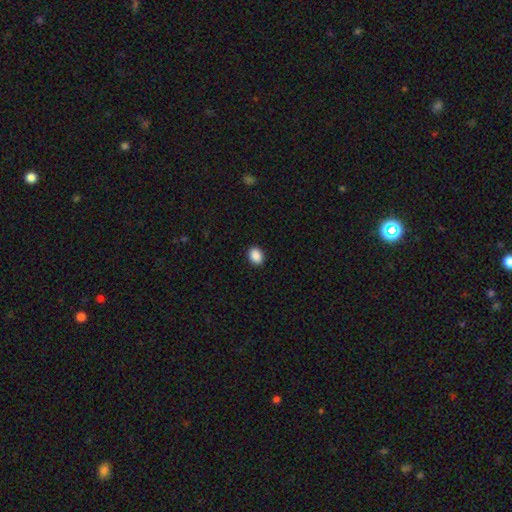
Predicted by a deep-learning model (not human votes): smooth-or-featured: smooth: 90% | star or artifact: 8% | featured or disk: 2%
  how-rounded: in between: 63% | round: 36% | cigar-shaped: 1%
  merging: none: 91% | minor disturbance: 6% | major disturbance: 2% | merger: 1%